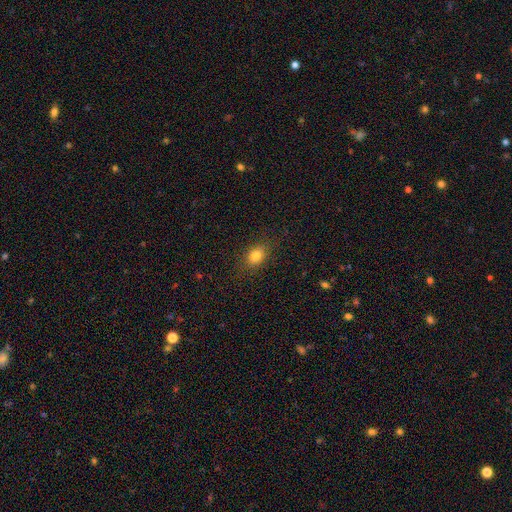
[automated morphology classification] A smooth galaxy with no disk features (82%) that is in between round and cigar-shaped (70%). Merging: none (85%).